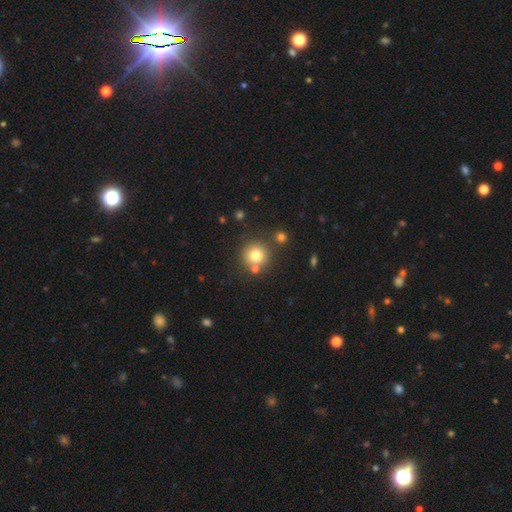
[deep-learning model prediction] Smooth or featured: smooth — 78% (star or artifact — 12%)
How rounded: round — 93% (in between — 6%)
Merging: none — 74% (merger — 14%)